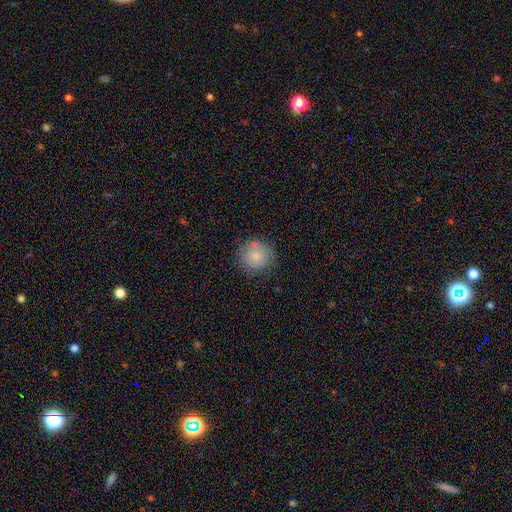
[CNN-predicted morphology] smooth 82%, featured or disk 9%, star or artifact 9%. Down the decision tree: how rounded — round (93%); merging — none (77%).